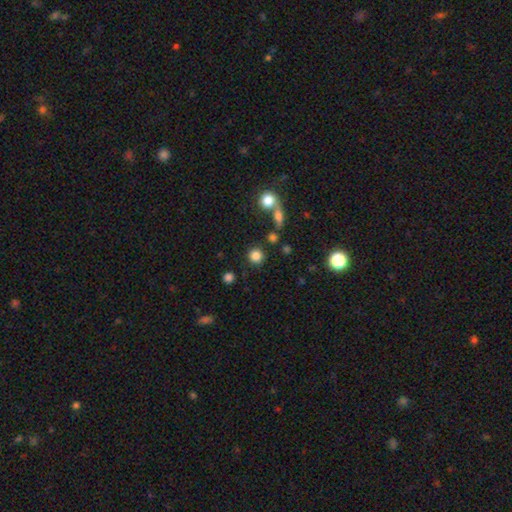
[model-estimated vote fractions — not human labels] smooth-or-featured: smooth: 83% | star or artifact: 12% | featured or disk: 5%
  how-rounded: round: 92% | in between: 7% | cigar-shaped: 1%
  merging: none: 83% | minor disturbance: 7% | merger: 6% | major disturbance: 3%